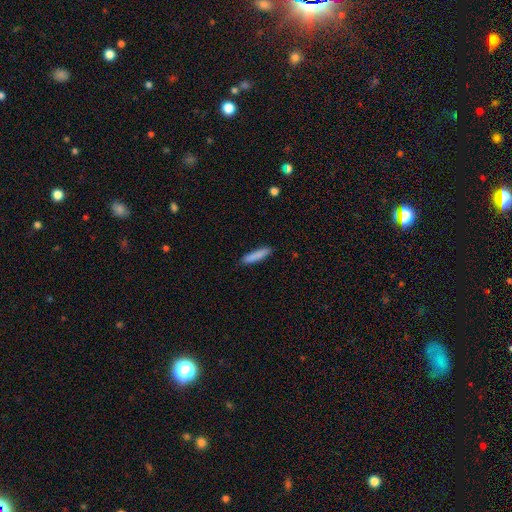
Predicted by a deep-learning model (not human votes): A smooth galaxy with no disk features (85%) that is cigar-shaped (85%).

Vote fractions:
- Smooth or featured? smooth: 85% / featured or disk: 8% / star or artifact: 6%
- How rounded? cigar-shaped: 85% / in between: 14% / round: 1%
- Merging? none: 88% / minor disturbance: 9% / major disturbance: 2% / merger: 1%